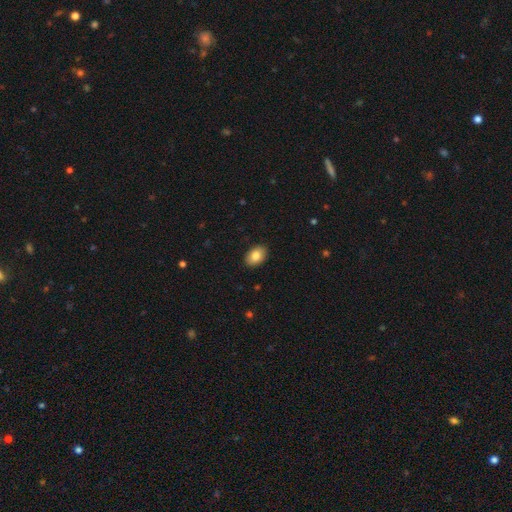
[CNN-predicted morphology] smooth_or_featured: smooth (p=0.85) [alt: featured or disk p=0.08]
how_rounded: in between (p=0.85) [alt: round p=0.13]
merging: none (p=0.90) [alt: minor disturbance p=0.08]